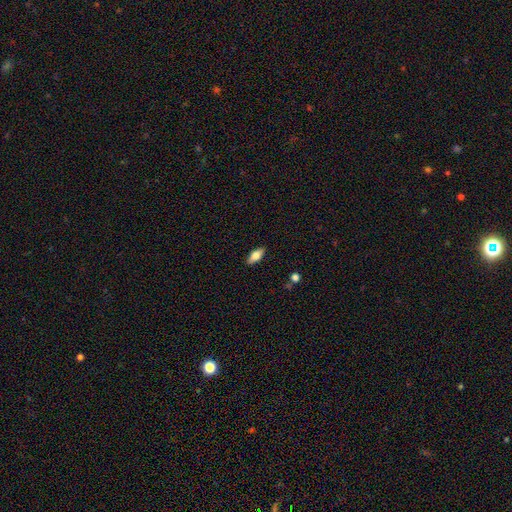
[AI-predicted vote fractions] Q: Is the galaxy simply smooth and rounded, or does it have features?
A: smooth — 67%.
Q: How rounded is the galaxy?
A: in between — 80%.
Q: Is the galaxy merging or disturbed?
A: none — 88%.